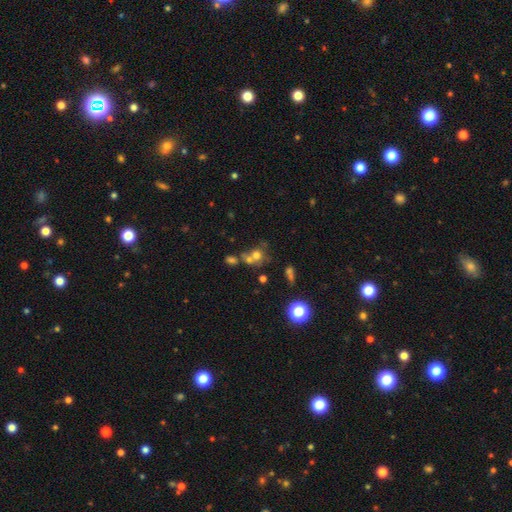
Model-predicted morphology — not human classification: Q: Smooth or featured?
A: smooth (60%); runner-up: star or artifact (21%)
Q: How rounded?
A: round (77%); runner-up: in between (21%)
Q: Merging?
A: merger (44%); runner-up: none (39%)